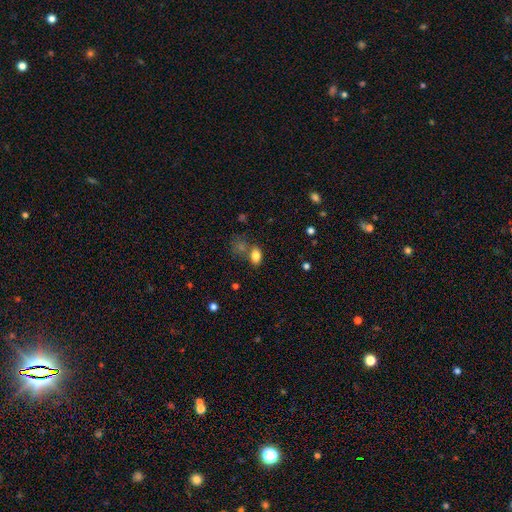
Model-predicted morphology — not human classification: A smooth galaxy with no disk features (81%) that is in between round and cigar-shaped (84%).

Vote fractions:
- Smooth or featured? smooth: 81% / star or artifact: 11% / featured or disk: 8%
- How rounded? in between: 84% / round: 14% / cigar-shaped: 2%
- Merging? none: 61% / merger: 18% / minor disturbance: 15% / major disturbance: 6%